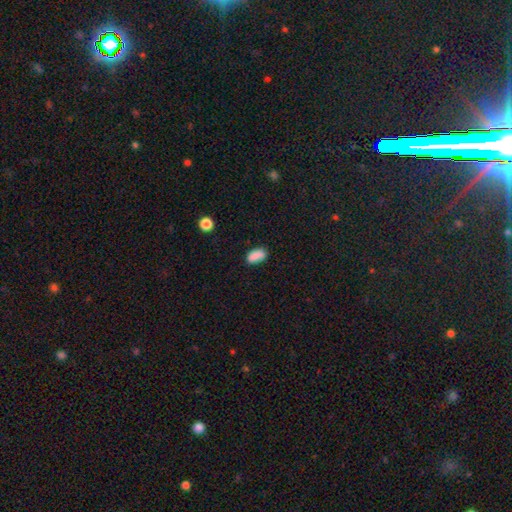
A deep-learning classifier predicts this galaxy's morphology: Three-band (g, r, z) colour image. It shows a smooth galaxy with no disk features (86%) that is in between round and cigar-shaped (90%). Merging: none (75%).